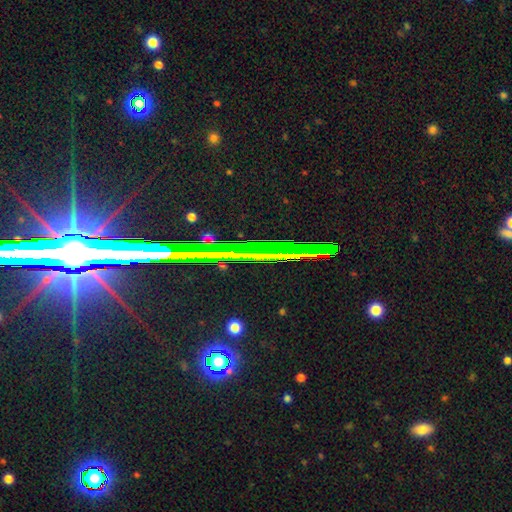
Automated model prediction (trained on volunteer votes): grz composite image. It shows a star or artifact, not a galaxy (74%).